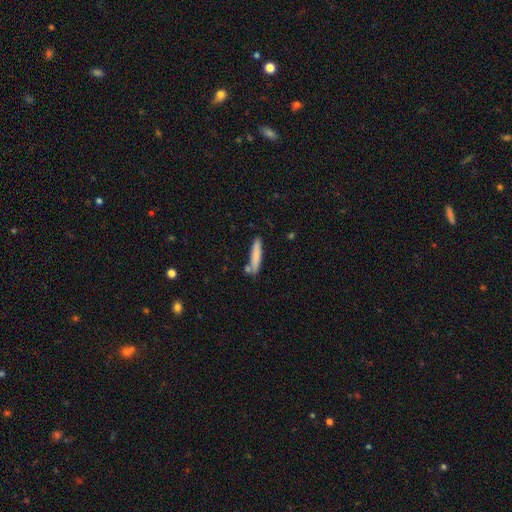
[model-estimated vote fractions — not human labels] smooth-or-featured: smooth: 78% | featured or disk: 16% | star or artifact: 6%
  how-rounded: cigar-shaped: 90% | in between: 8% | round: 1%
  merging: none: 76% | minor disturbance: 14% | merger: 8% | major disturbance: 3%